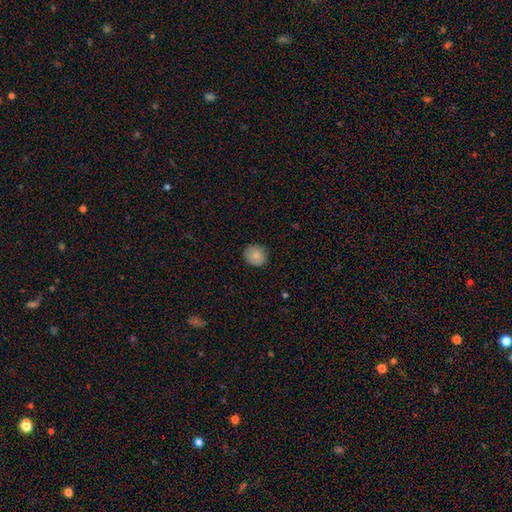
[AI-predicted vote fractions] This appears to be a smooth galaxy with no disk features (86%) that is round (77%). Merging: none (86%).